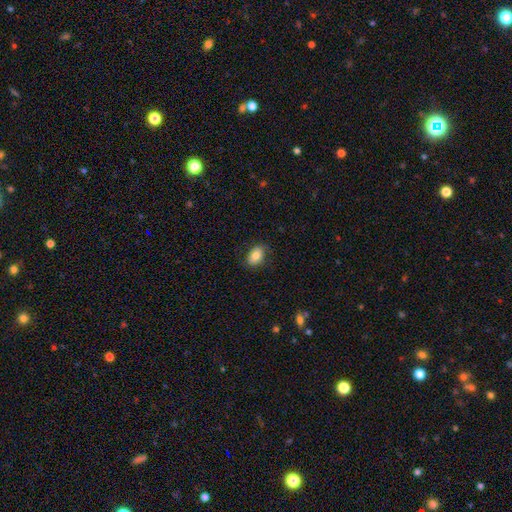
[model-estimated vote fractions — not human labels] This is clearly a smooth galaxy (80%). How rounded: clearly in between (84%). Merging: clearly none (81%).